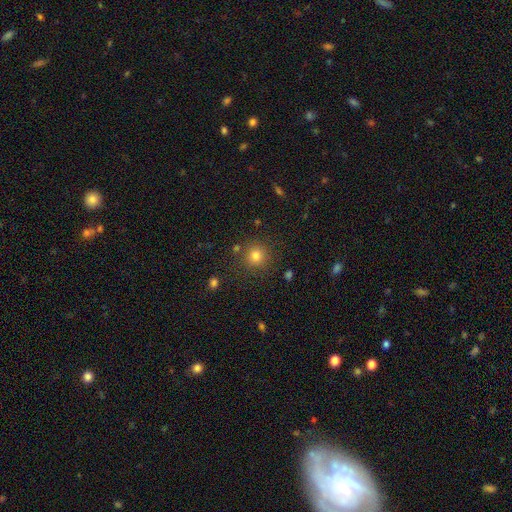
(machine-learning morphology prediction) type=smooth (79%); roundness=round (93%); merging=none (84%).